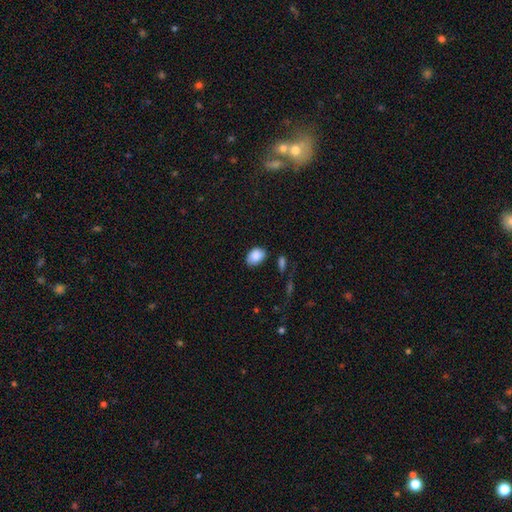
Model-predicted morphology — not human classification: Smooth or featured?
  - smooth: 87% *
  - star or artifact: 7%
  - featured or disk: 5%
How rounded?
  - in between: 84% *
  - round: 15%
  - cigar-shaped: 1%
Merging?
  - none: 73% *
  - minor disturbance: 19%
  - major disturbance: 4%
  - merger: 3%